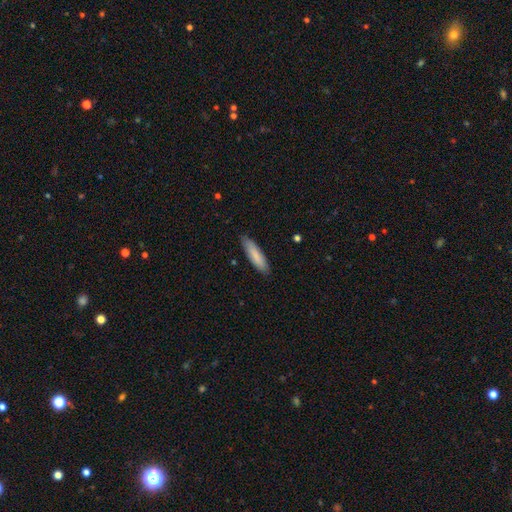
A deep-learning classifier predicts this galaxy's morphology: type=smooth (84%); roundness=cigar-shaped (72%); merging=none (87%).